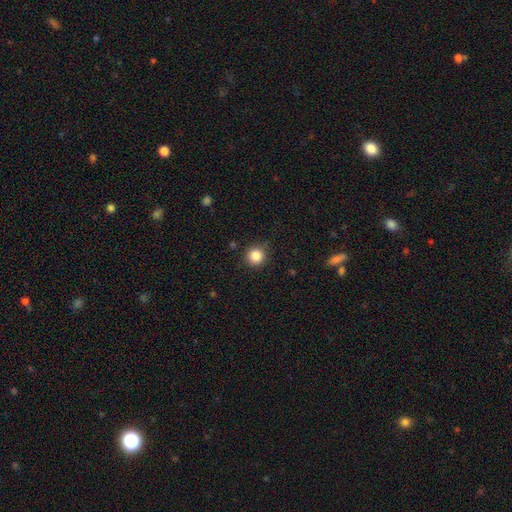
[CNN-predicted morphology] This is clearly a smooth galaxy (85%). How rounded: clearly round (93%). Merging: clearly none (85%).